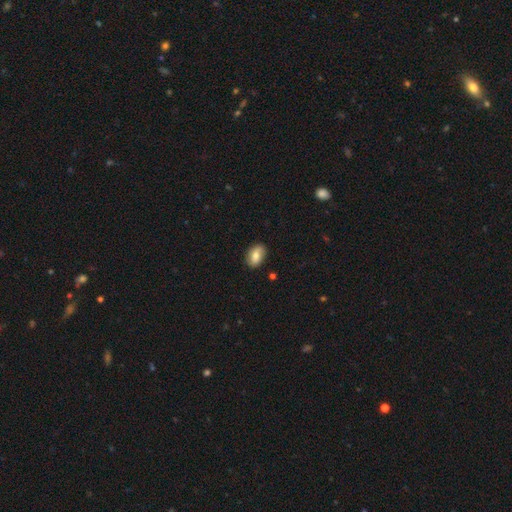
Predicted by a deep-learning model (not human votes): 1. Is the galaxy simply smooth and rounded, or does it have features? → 70% smooth, 22% featured or disk, 8% star or artifact.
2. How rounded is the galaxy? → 87% in between, 11% round, 2% cigar-shaped.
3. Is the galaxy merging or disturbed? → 83% none, 13% minor disturbance, 3% major disturbance, 1% merger.